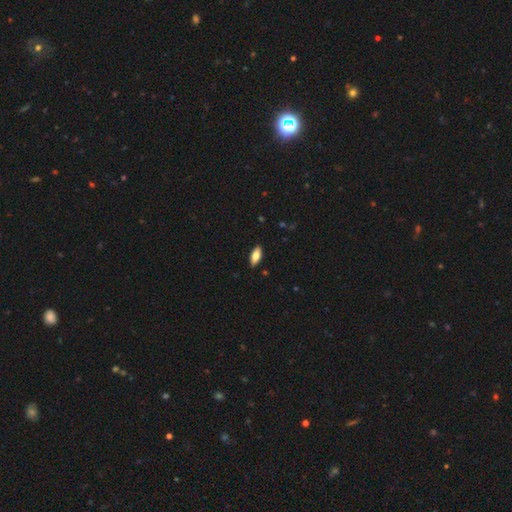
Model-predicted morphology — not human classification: Smooth or featured?
  - smooth: 75% *
  - featured or disk: 18%
  - star or artifact: 6%
How rounded?
  - in between: 82% *
  - cigar-shaped: 16%
  - round: 2%
Merging?
  - none: 89% *
  - minor disturbance: 8%
  - major disturbance: 2%
  - merger: 1%